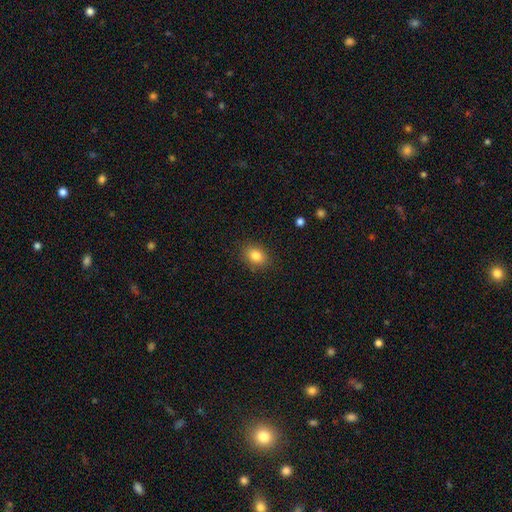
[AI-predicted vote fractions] The model was most divided on "how rounded": in between: 59%, round: 39%, cigar-shaped: 1%. More confident: merging — none (87%); smooth or featured — smooth (82%).